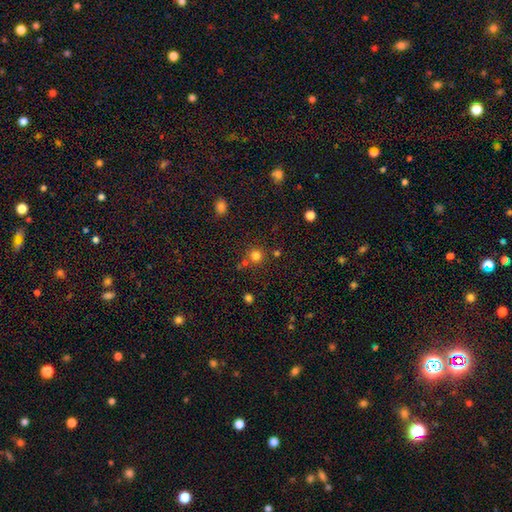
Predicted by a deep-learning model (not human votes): A smooth galaxy with no disk features (78%) that is round (93%).

Vote fractions:
- Smooth or featured? smooth: 78% / star or artifact: 17% / featured or disk: 5%
- How rounded? round: 93% / in between: 6% / cigar-shaped: 1%
- Merging? none: 77% / merger: 13% / minor disturbance: 8% / major disturbance: 3%